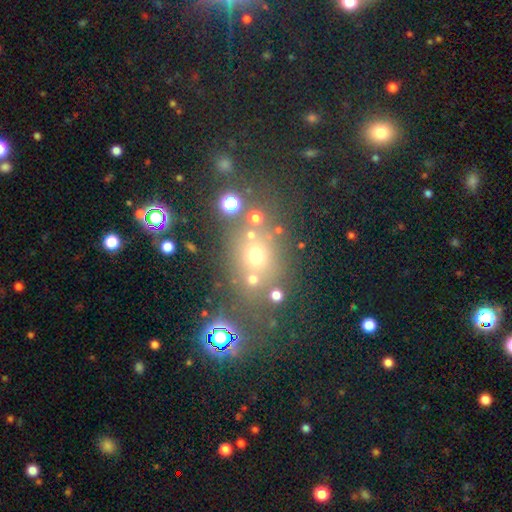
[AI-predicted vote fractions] Smooth or featured? smooth (42%)
Merging? none (65%)